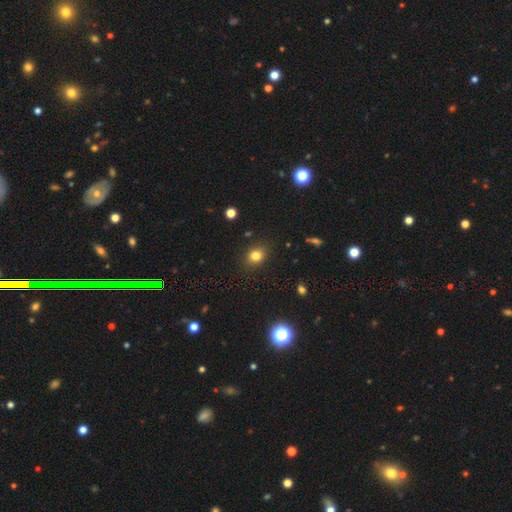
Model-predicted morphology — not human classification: smooth 80%, star or artifact 14%, featured or disk 7%. Down the decision tree: how rounded — round (59%); merging — none (85%).